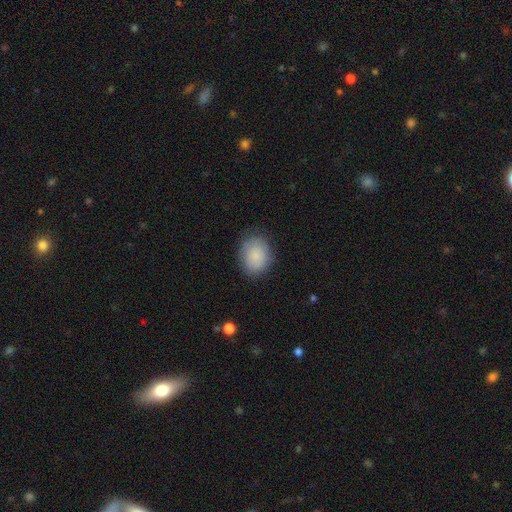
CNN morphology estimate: Smooth or featured?
  - smooth: 85% *
  - featured or disk: 8%
  - star or artifact: 7%
How rounded?
  - in between: 53% *
  - round: 46%
  - cigar-shaped: 1%
Merging?
  - none: 80% *
  - minor disturbance: 14%
  - major disturbance: 4%
  - merger: 1%